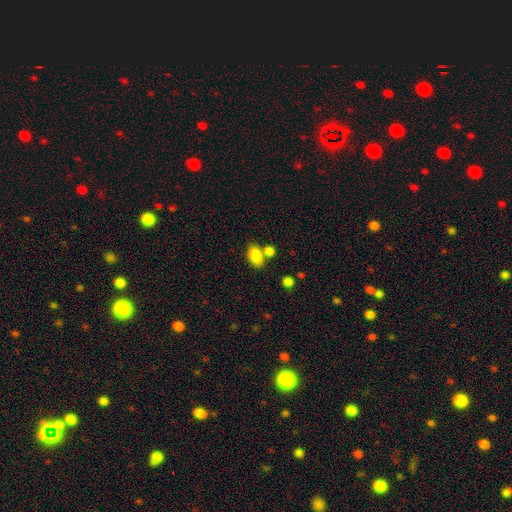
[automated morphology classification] smooth-or-featured: smooth: 85% | star or artifact: 9% | featured or disk: 6%
  how-rounded: in between: 86% | round: 12% | cigar-shaped: 2%
  merging: none: 57% | merger: 26% | minor disturbance: 13% | major disturbance: 4%